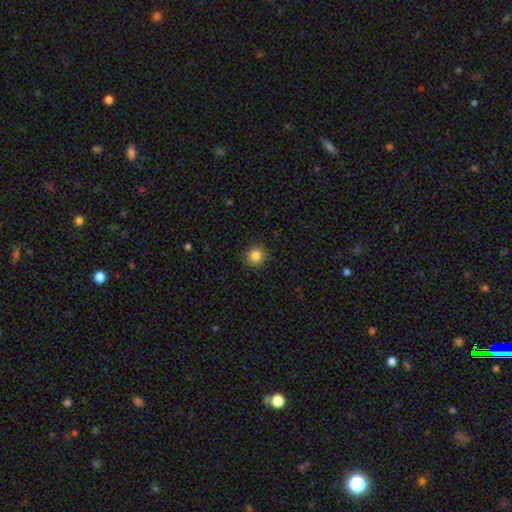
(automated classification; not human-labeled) This is clearly a smooth galaxy (84%). How rounded: clearly round (92%). Merging: clearly none (91%).